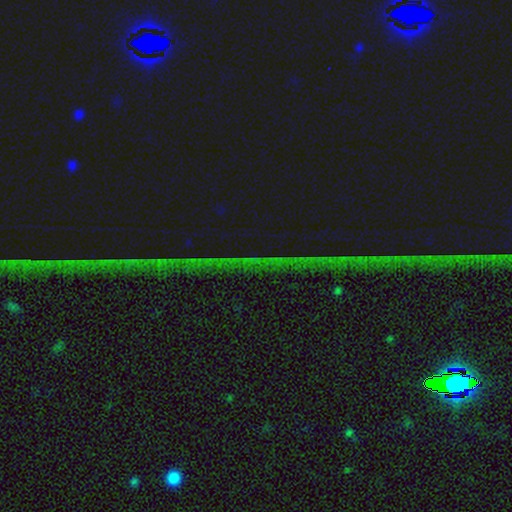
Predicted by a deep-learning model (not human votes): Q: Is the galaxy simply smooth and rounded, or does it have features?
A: star or artifact — 81%.